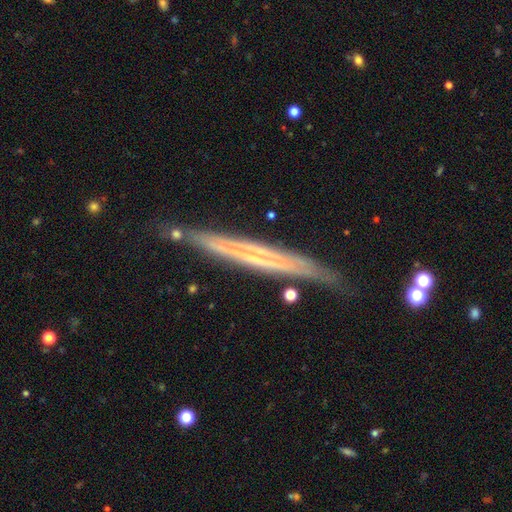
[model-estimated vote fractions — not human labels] smooth-or-featured: featured or disk: 68% | smooth: 25% | star or artifact: 7%
  disk-edge-on: yes: 89% | no: 11%
    edge-on-bulge: none: 79% | rounded: 16% | boxy: 5%
  merging: none: 80% | minor disturbance: 15% | major disturbance: 3% | merger: 3%